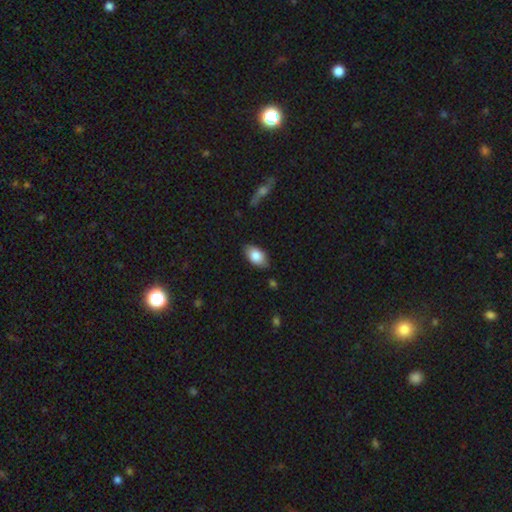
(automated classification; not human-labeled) Morphology: type=smooth (83%); roundness=in between (92%); merging=none (83%).